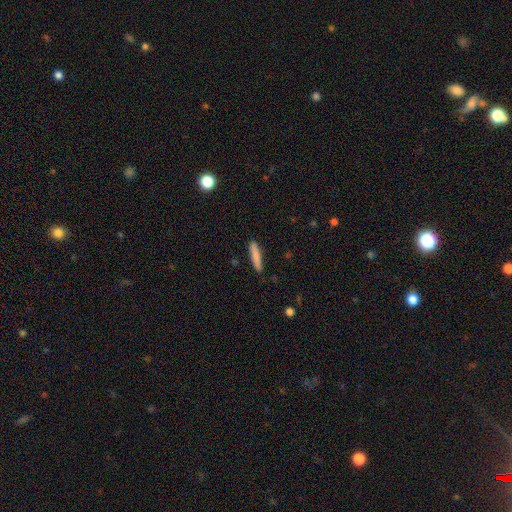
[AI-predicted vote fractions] smooth 83%, featured or disk 11%, star or artifact 6%. Down the decision tree: how rounded — cigar-shaped (91%); merging — none (88%).